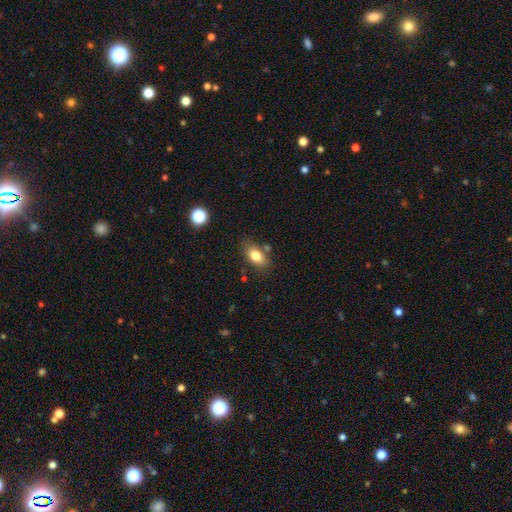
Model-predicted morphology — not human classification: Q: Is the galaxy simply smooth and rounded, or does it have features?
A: smooth — 79%.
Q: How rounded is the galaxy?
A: in between — 85%.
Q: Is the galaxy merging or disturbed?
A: none — 73%.